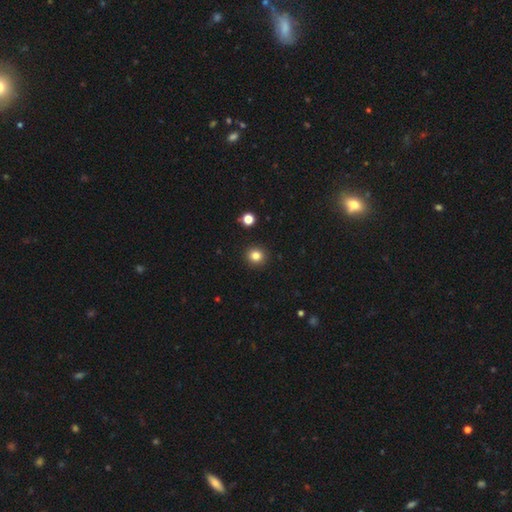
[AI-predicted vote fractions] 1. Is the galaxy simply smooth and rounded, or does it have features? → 83% smooth, 12% star or artifact, 5% featured or disk.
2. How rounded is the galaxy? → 89% round, 10% in between, 1% cigar-shaped.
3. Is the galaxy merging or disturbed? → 92% none, 5% minor disturbance, 2% major disturbance, 1% merger.